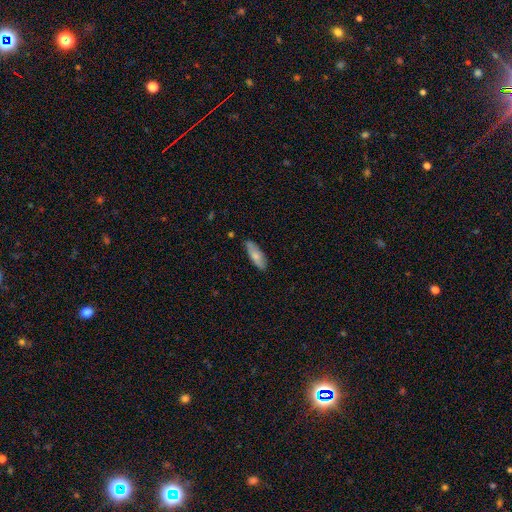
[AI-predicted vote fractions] Smooth or featured? smooth (75%)
How rounded? in between (64%)
Merging? none (80%)